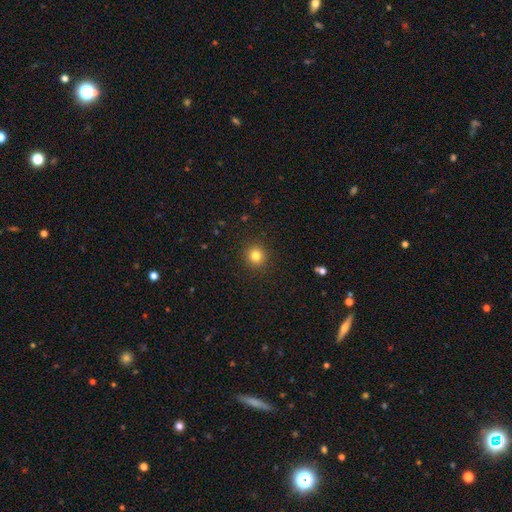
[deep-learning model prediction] This is clearly a smooth galaxy (81%). How rounded: clearly round (92%). Merging: clearly none (91%).